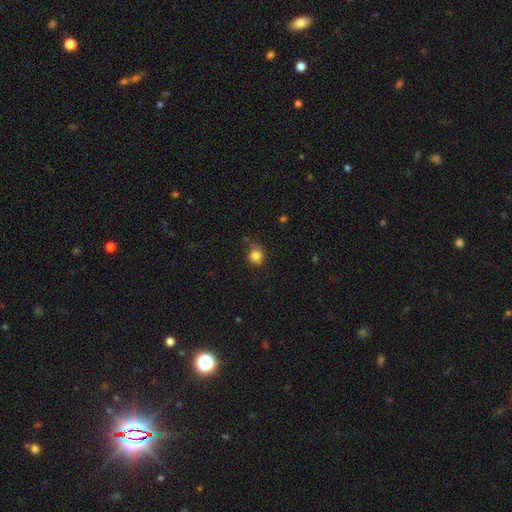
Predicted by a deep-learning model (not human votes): Smooth or featured? Predicted: smooth (p=0.83). How rounded? Predicted: round (p=0.77). Merging? Predicted: none (p=0.72).